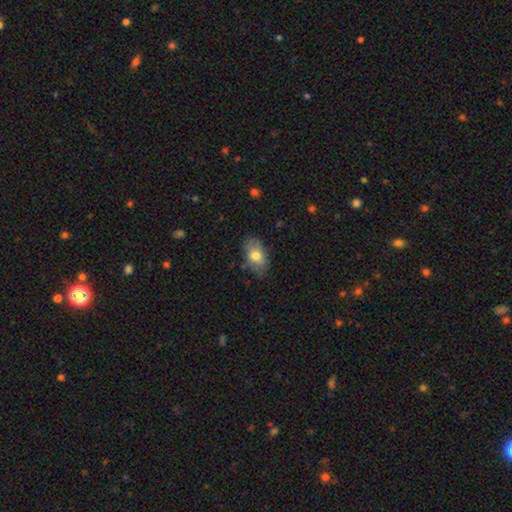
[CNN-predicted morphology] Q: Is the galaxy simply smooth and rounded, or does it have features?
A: smooth — 76%.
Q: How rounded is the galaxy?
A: in between — 90%.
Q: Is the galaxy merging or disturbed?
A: none — 78%.